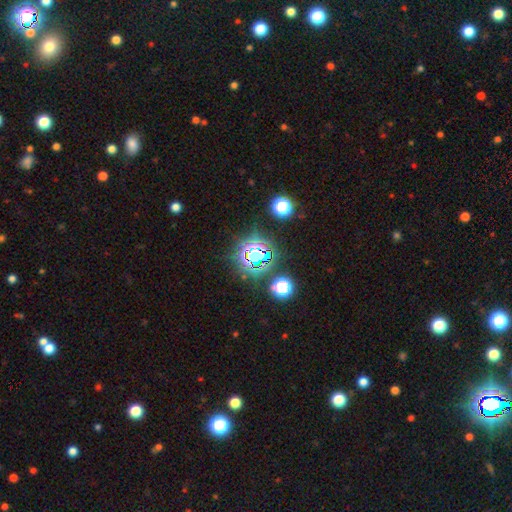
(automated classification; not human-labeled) smooth_or_featured: star or artifact (p=0.70) [alt: smooth p=0.19]